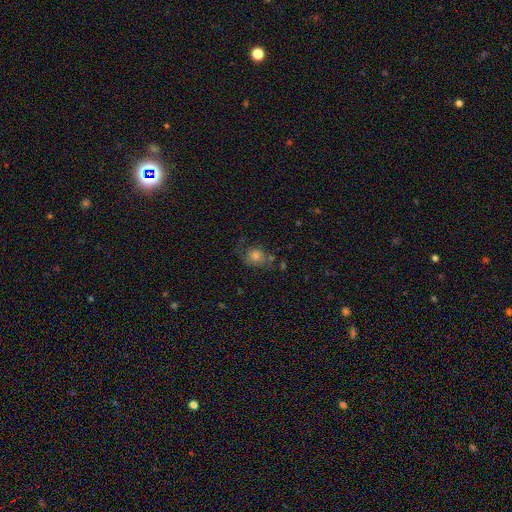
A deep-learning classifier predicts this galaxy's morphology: The model was most divided on "how rounded": round: 66%, in between: 33%, cigar-shaped: 1%. More confident: smooth or featured — smooth (59%); merging — none (57%).